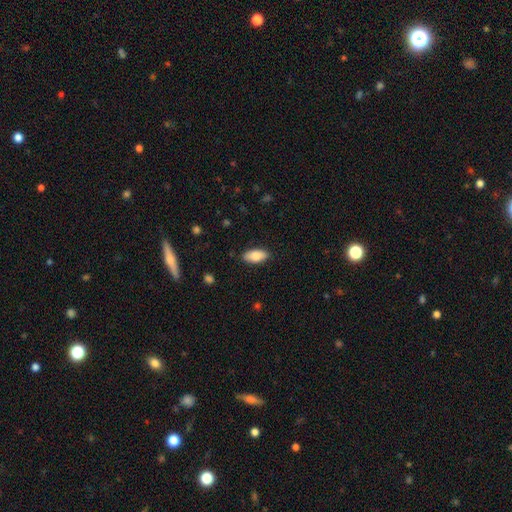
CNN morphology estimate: smooth 83%, featured or disk 11%, star or artifact 6%. Down the decision tree: how rounded — in between (89%); merging — none (88%).